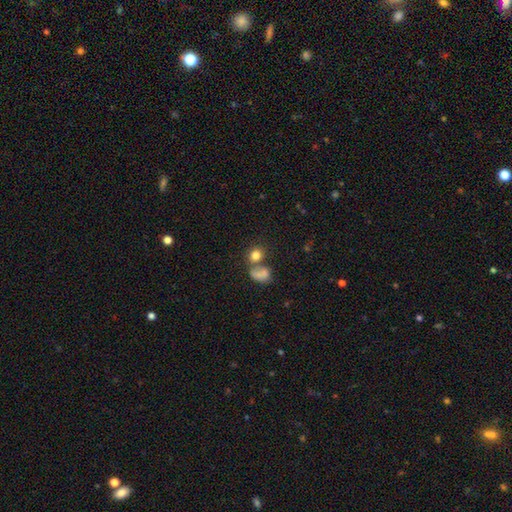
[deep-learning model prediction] The model was most divided on "merging": none: 44%, merger: 40%, minor disturbance: 10%, major disturbance: 7%. More confident: smooth or featured — smooth (78%); how rounded — round (67%).